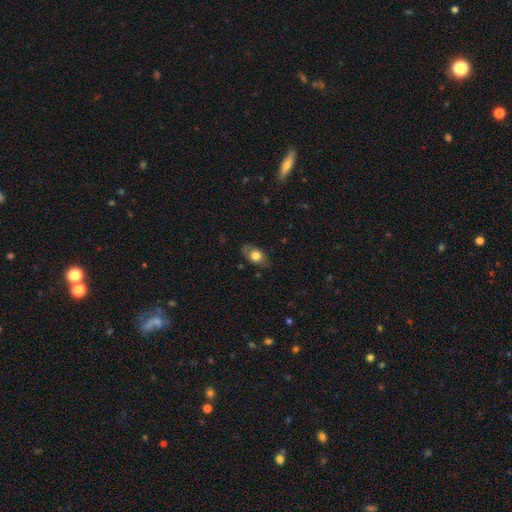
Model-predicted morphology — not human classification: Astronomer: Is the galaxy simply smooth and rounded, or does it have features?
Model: smooth — 71%.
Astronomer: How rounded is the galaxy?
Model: in between — 82%.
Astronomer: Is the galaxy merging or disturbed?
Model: none — 76%.